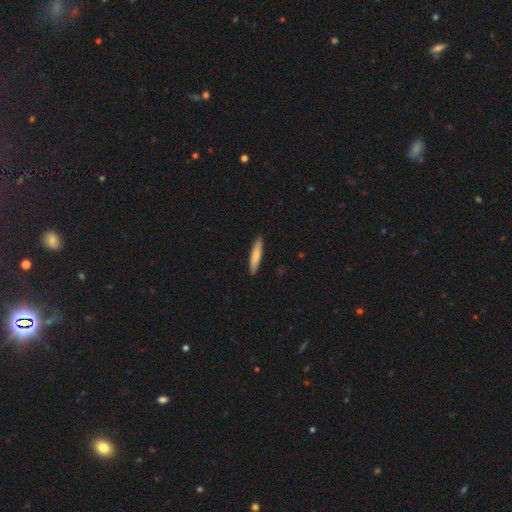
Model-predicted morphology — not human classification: smooth 74%, featured or disk 20%, star or artifact 5%. Down the decision tree: how rounded — cigar-shaped (87%); merging — none (90%).